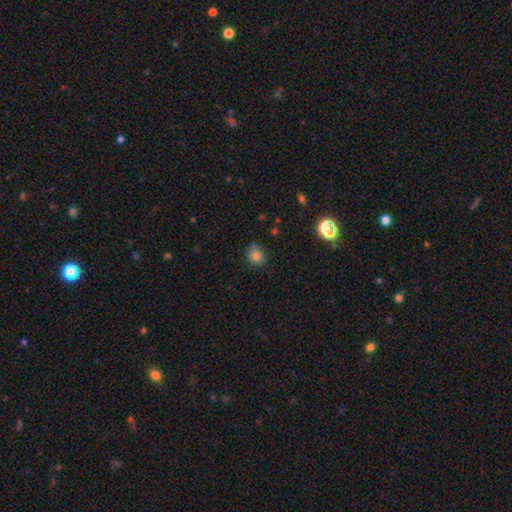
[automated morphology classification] Q: Smooth or featured?
A: smooth (80%); runner-up: star or artifact (13%)
Q: How rounded?
A: round (70%); runner-up: in between (29%)
Q: Merging?
A: none (74%); runner-up: minor disturbance (20%)